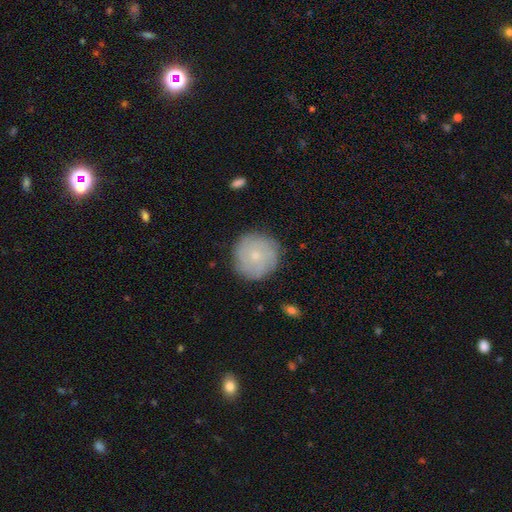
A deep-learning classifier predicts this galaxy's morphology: smooth_or_featured: smooth (p=0.50) [alt: featured or disk p=0.42]
merging: none (p=0.85) [alt: minor disturbance p=0.11]